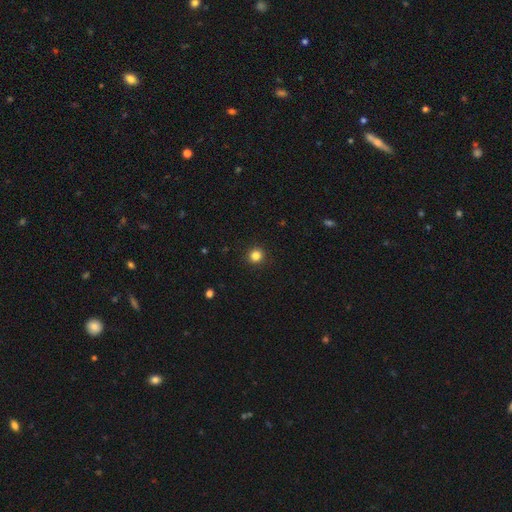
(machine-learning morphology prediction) Smooth or featured? smooth (83%)
How rounded? round (93%)
Merging? none (93%)